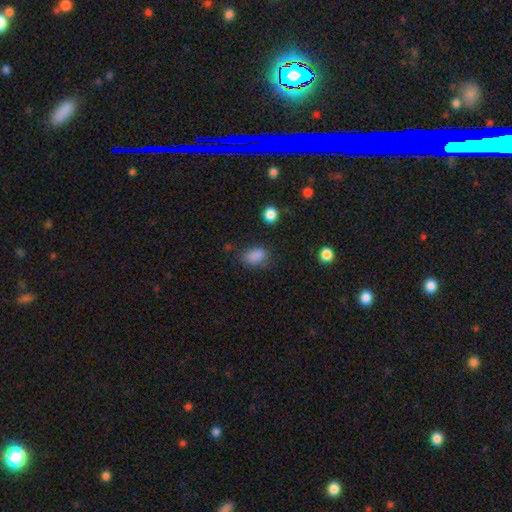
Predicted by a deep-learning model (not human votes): The model was most divided on "merging": none: 68%, minor disturbance: 21%, major disturbance: 7%, merger: 4%. More confident: smooth or featured — smooth (83%); how rounded — in between (82%).